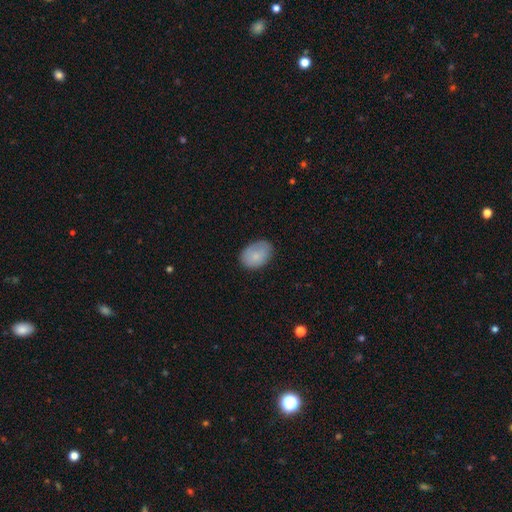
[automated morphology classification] A smooth galaxy with no disk features (82%) that is in between round and cigar-shaped (77%).

Vote fractions:
- Smooth or featured? smooth: 82% / featured or disk: 11% / star or artifact: 7%
- How rounded? in between: 77% / round: 22% / cigar-shaped: 1%
- Merging? none: 75% / minor disturbance: 20% / major disturbance: 4% / merger: 1%